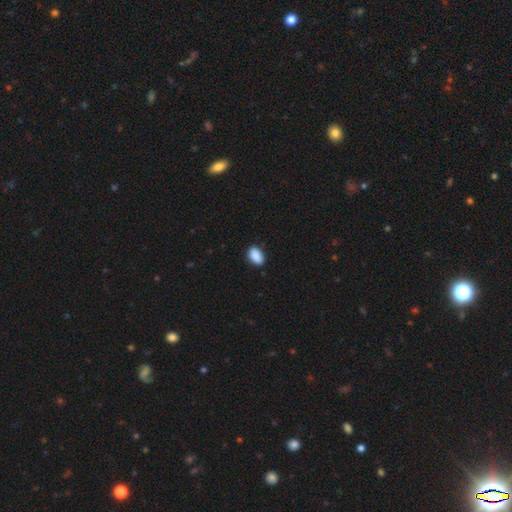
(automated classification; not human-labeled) This is clearly a smooth galaxy (90%). How rounded: clearly in between (90%). Merging: clearly none (83%).